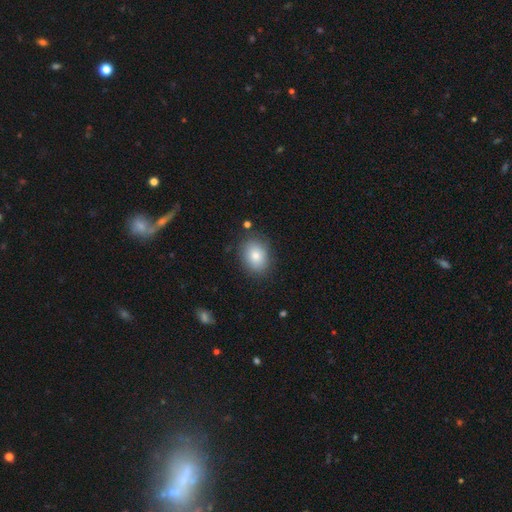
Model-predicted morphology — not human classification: Smooth or featured?
  - smooth: 80% *
  - featured or disk: 11%
  - star or artifact: 9%
How rounded?
  - in between: 62% *
  - round: 37%
  - cigar-shaped: 1%
Merging?
  - none: 83% *
  - minor disturbance: 12%
  - major disturbance: 3%
  - merger: 2%